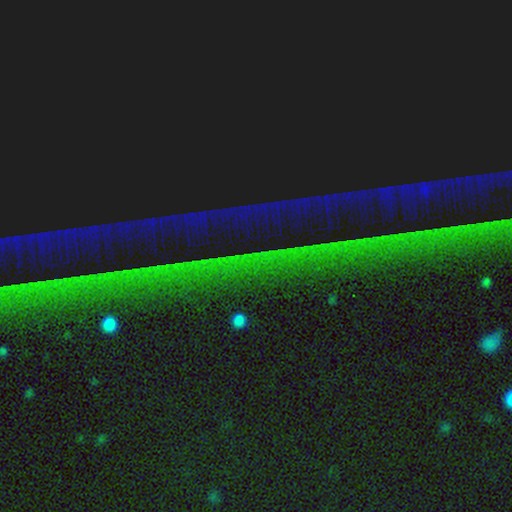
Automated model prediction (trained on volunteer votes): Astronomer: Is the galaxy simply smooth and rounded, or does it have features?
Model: star or artifact — 88%.